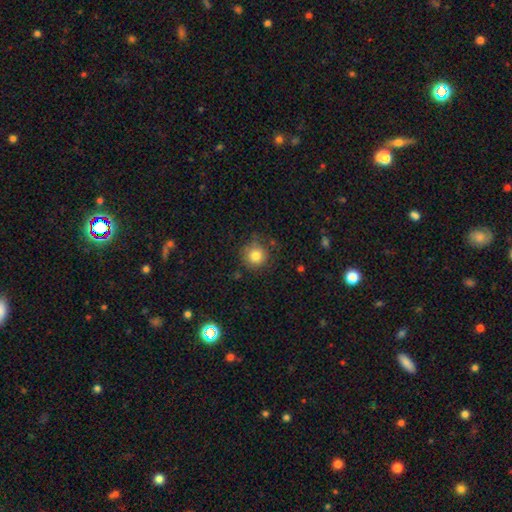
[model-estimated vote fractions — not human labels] A smooth galaxy with no disk features (82%) that is round (94%).

Vote fractions:
- Smooth or featured? smooth: 82% / star or artifact: 11% / featured or disk: 7%
- How rounded? round: 94% / in between: 6% / cigar-shaped: 1%
- Merging? none: 78% / minor disturbance: 15% / major disturbance: 5% / merger: 2%